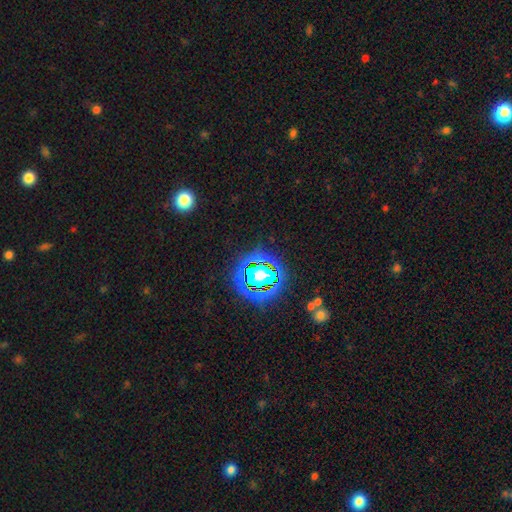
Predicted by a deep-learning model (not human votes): A star or artifact, not a galaxy (80%).